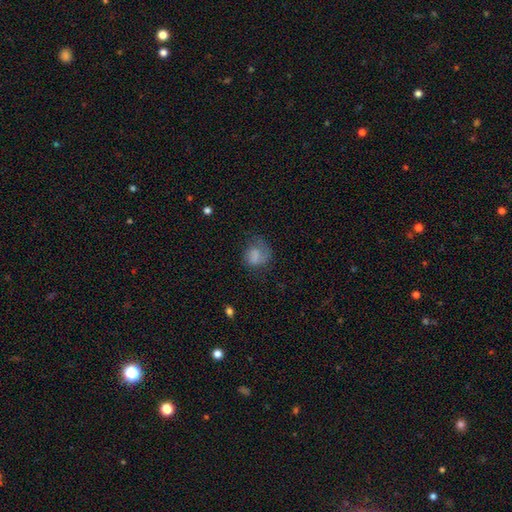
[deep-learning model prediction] Smooth or featured?
  - smooth: 70% *
  - featured or disk: 20%
  - star or artifact: 10%
How rounded?
  - round: 60% *
  - in between: 39%
  - cigar-shaped: 1%
Merging?
  - none: 40% *
  - major disturbance: 31%
  - minor disturbance: 27%
  - merger: 3%